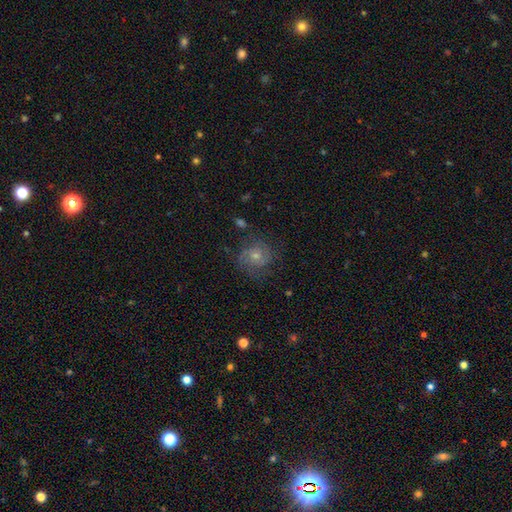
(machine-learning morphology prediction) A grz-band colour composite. It shows a featured or disk galaxy (62%) with no bar (71%), 2 (47%) tight (48%) spiral arms (90%) and a moderate central bulge (48%). Merging: none (75%).